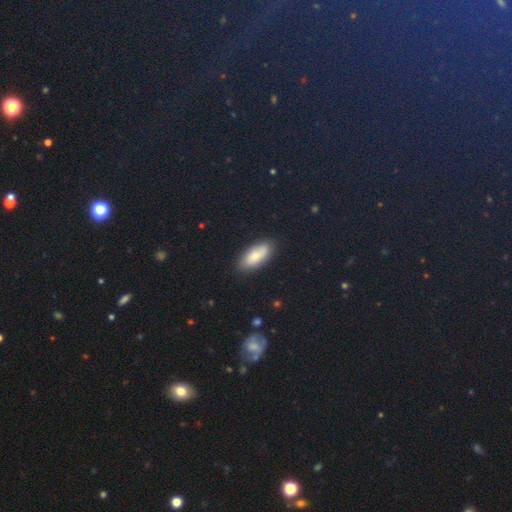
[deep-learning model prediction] A smooth galaxy with no disk features (73%) that is in between round and cigar-shaped (87%). Merging: none (84%).